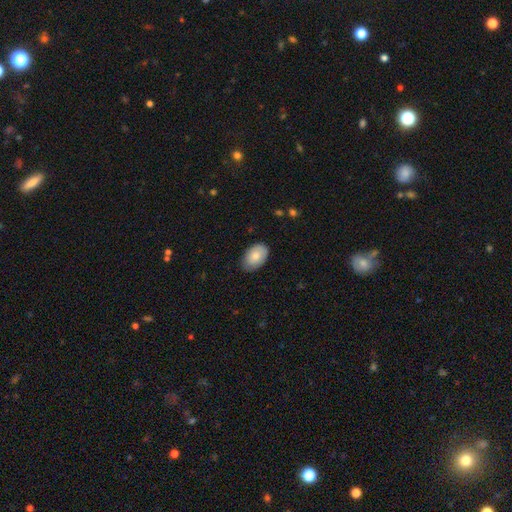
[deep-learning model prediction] This is likely a smooth galaxy (79%). How rounded: clearly in between (91%). Merging: likely none (79%).